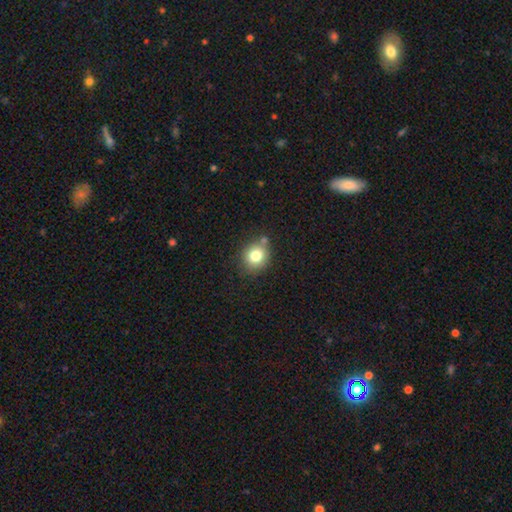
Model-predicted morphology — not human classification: Smooth or featured? Predicted: smooth (p=0.79). How rounded? Predicted: round (p=0.80). Merging? Predicted: none (p=0.73).